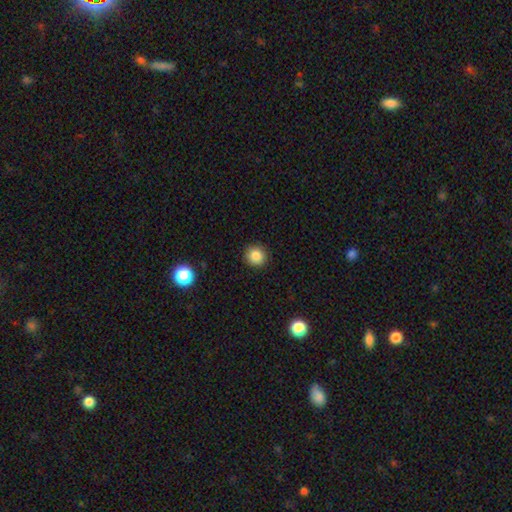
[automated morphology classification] This appears to be a smooth galaxy with no disk features (85%) that is round (91%). Merging: none (91%).